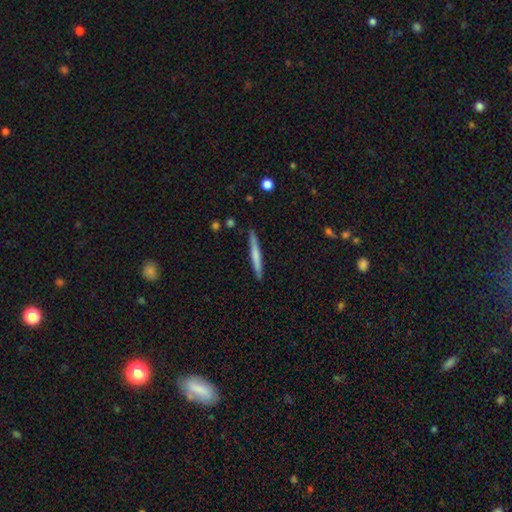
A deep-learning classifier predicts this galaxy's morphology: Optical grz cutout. It shows a smooth galaxy with no disk features (62%) that is cigar-shaped (96%). Merging: none (90%).